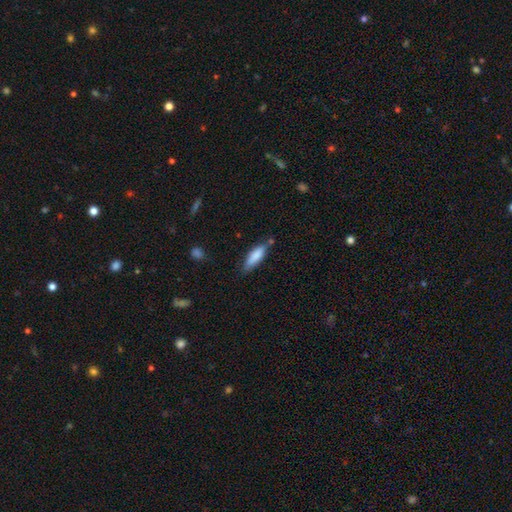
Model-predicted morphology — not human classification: Smooth or featured? Predicted: smooth (p=0.82). How rounded? Predicted: in between (p=0.50). Merging? Predicted: none (p=0.66).